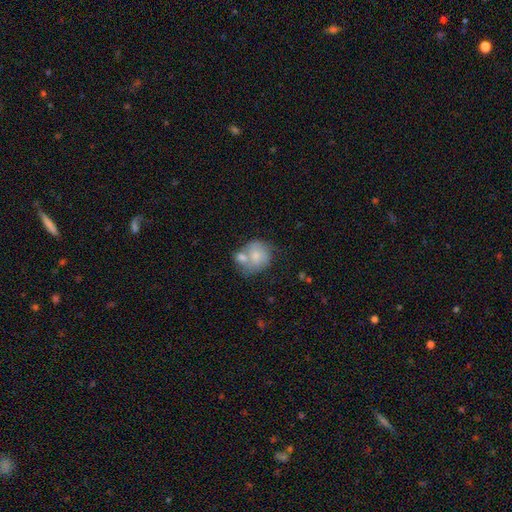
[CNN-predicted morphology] A smooth galaxy with no disk features (70%) that is round (73%).

Vote fractions:
- Smooth or featured? smooth: 70% / featured or disk: 23% / star or artifact: 7%
- How rounded? round: 73% / in between: 26% / cigar-shaped: 1%
- Merging? merger: 49% / none: 30% / minor disturbance: 14% / major disturbance: 7%